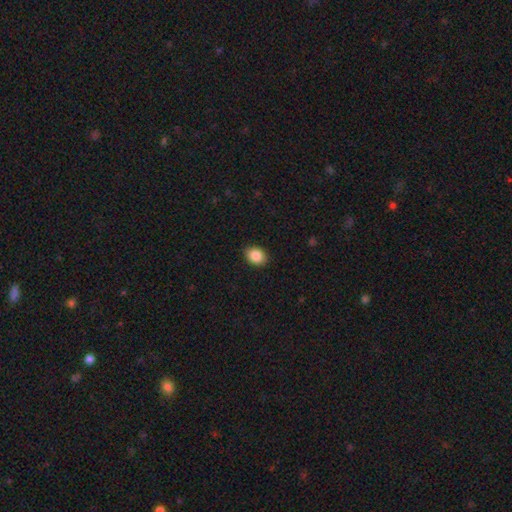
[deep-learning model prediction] A smooth galaxy with no disk features (88%) that is in between round and cigar-shaped (61%). Merging: none (88%).